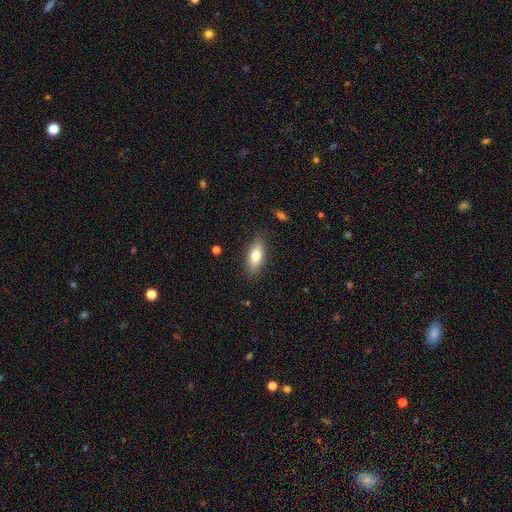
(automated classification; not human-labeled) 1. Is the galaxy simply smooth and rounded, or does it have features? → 75% smooth, 18% featured or disk, 7% star or artifact.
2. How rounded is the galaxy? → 75% in between, 22% cigar-shaped, 3% round.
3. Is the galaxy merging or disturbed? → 86% none, 11% minor disturbance, 3% major disturbance, 1% merger.